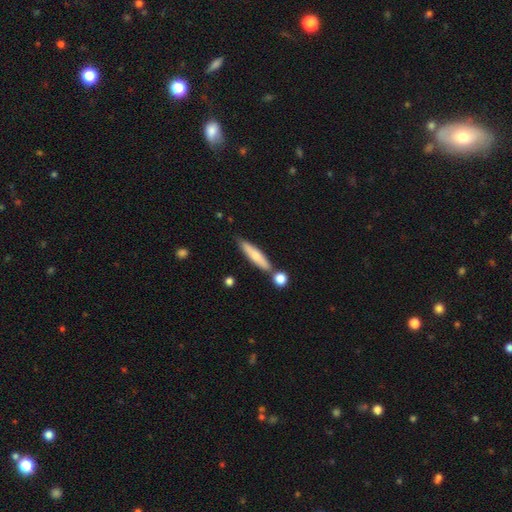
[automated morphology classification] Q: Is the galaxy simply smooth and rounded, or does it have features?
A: smooth — 68%.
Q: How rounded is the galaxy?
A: cigar-shaped — 84%.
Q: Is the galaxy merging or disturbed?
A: none — 72%.